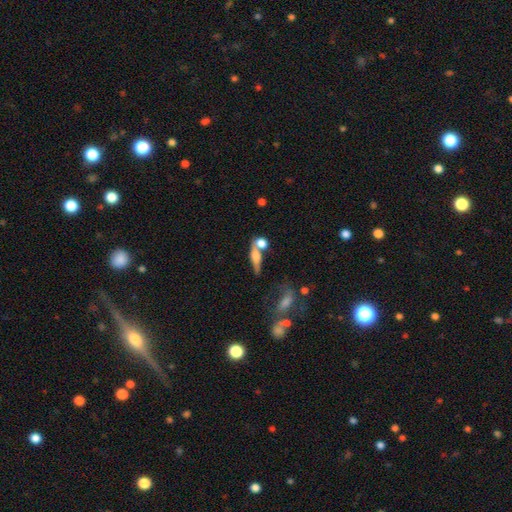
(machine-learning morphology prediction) type=smooth (50%); roundness=in between (41%); merging=none (43%).